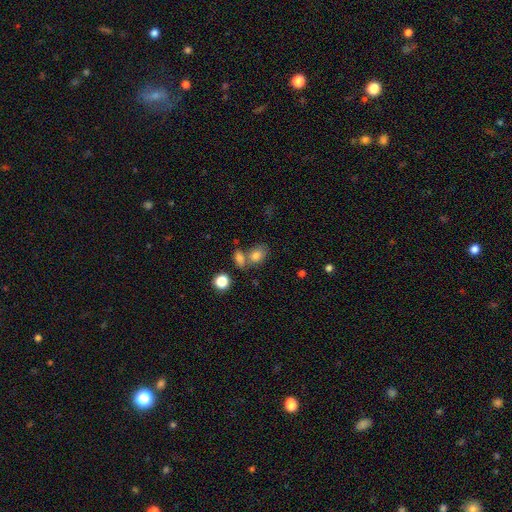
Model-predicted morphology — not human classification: Smooth or featured? Predicted: smooth (p=0.80). How rounded? Predicted: in between (p=0.73). Merging? Predicted: none (p=0.48).